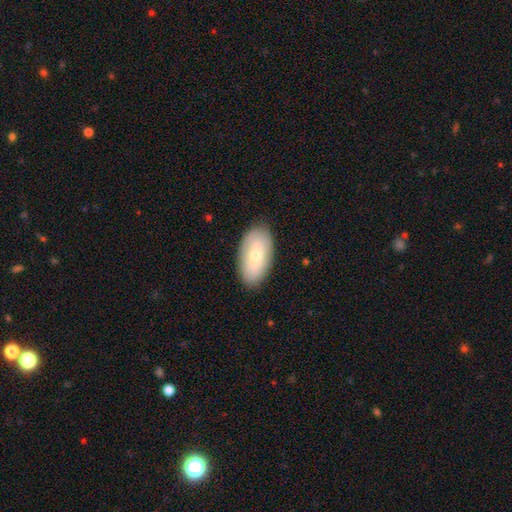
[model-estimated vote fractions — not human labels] Morphology: type=smooth (64%); roundness=in between (94%); merging=none (86%).